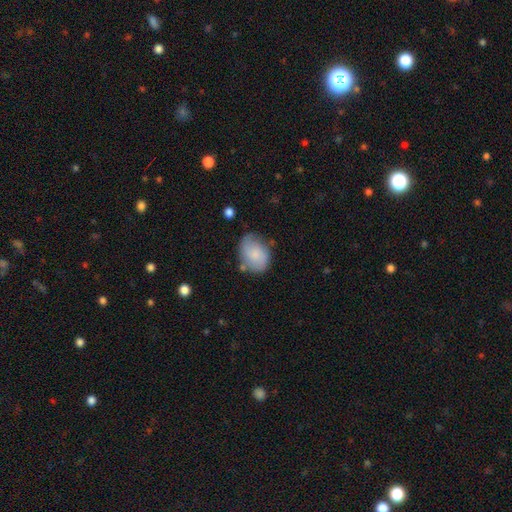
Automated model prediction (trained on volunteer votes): Smooth or featured?
  - smooth: 69% *
  - featured or disk: 24%
  - star or artifact: 7%
How rounded?
  - in between: 69% *
  - round: 30%
  - cigar-shaped: 1%
Merging?
  - none: 59% *
  - minor disturbance: 28%
  - major disturbance: 8%
  - merger: 5%